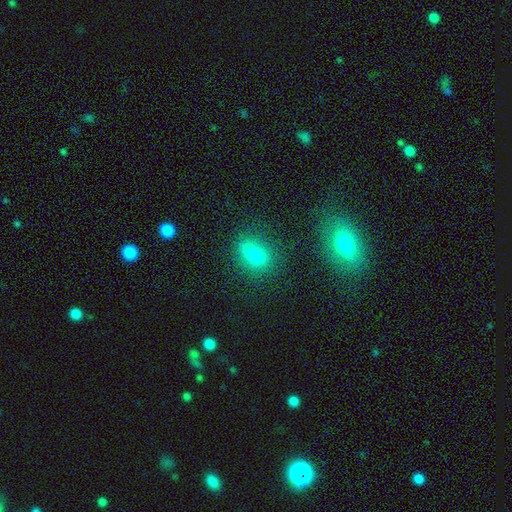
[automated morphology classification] Smooth or featured: smooth — 72% (star or artifact — 16%)
How rounded: in between — 60% (round — 37%)
Merging: none — 62% (minor disturbance — 17%)